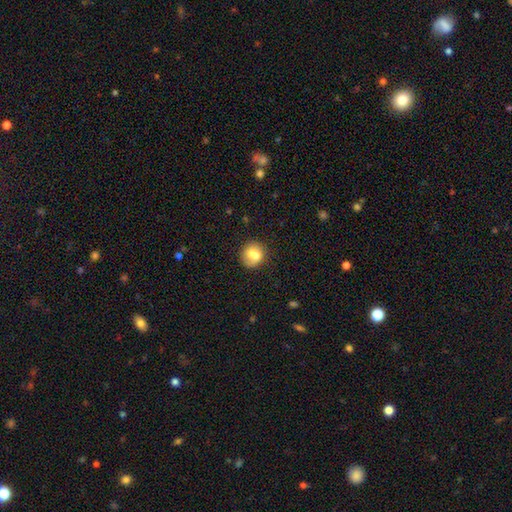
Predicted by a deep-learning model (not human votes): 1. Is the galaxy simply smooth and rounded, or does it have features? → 70% smooth, 21% featured or disk, 9% star or artifact.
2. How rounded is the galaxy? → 78% round, 21% in between, 1% cigar-shaped.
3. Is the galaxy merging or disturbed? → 49% none, 30% merger, 14% minor disturbance, 6% major disturbance.